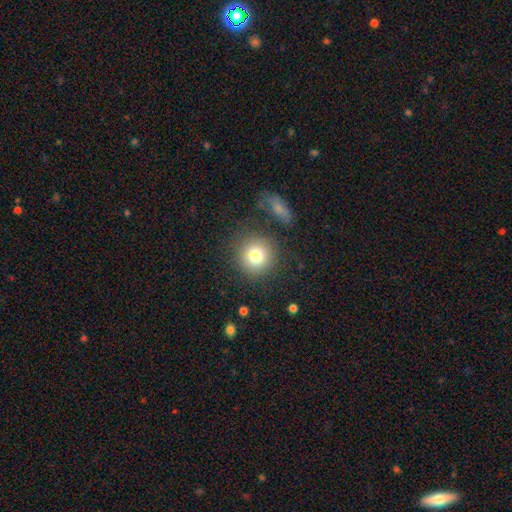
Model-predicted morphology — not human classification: This is likely a smooth galaxy (79%). How rounded: clearly round (93%). Merging: clearly none (82%).